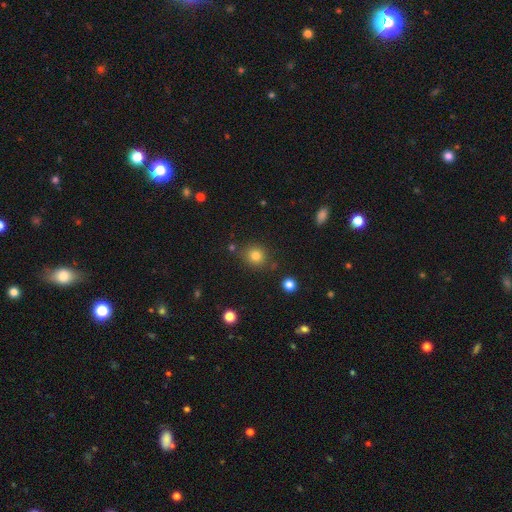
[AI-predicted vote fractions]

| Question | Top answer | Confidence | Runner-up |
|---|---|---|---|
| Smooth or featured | smooth | 80% | star or artifact (13%) |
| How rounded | round | 81% | in between (18%) |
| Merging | none | 81% | minor disturbance (11%) |